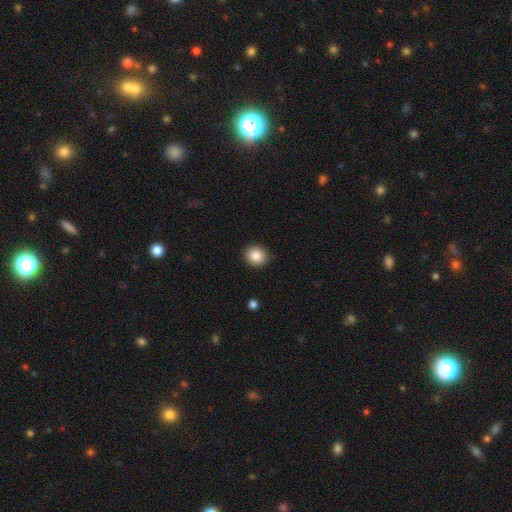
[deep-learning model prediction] Smooth or featured?
  - smooth: 86% *
  - star or artifact: 9%
  - featured or disk: 5%
How rounded?
  - round: 85% *
  - in between: 14%
  - cigar-shaped: 1%
Merging?
  - none: 91% *
  - minor disturbance: 6%
  - major disturbance: 2%
  - merger: 1%